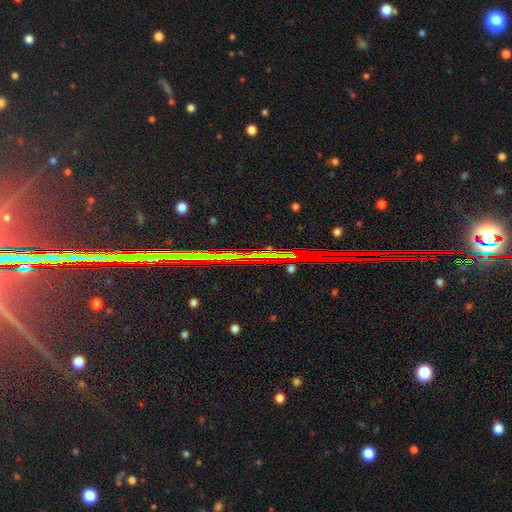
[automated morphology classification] Smooth or featured: star or artifact — 85% (featured or disk — 9%)